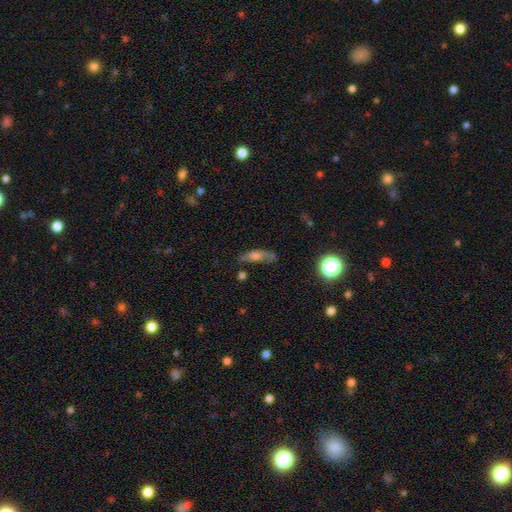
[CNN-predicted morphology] Smooth or featured?
  - smooth: 56% *
  - featured or disk: 31%
  - star or artifact: 14%
How rounded?
  - in between: 50% *
  - cigar-shaped: 43%
  - round: 7%
Merging?
  - none: 50% *
  - minor disturbance: 28%
  - major disturbance: 16%
  - merger: 7%